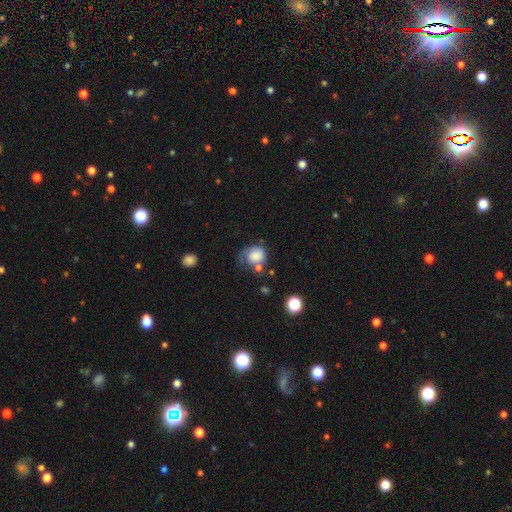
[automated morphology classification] Smooth or featured?
  - smooth: 68% *
  - featured or disk: 23%
  - star or artifact: 9%
How rounded?
  - round: 61% *
  - in between: 38%
  - cigar-shaped: 1%
Merging?
  - none: 31% *
  - major disturbance: 30%
  - minor disturbance: 28%
  - merger: 11%